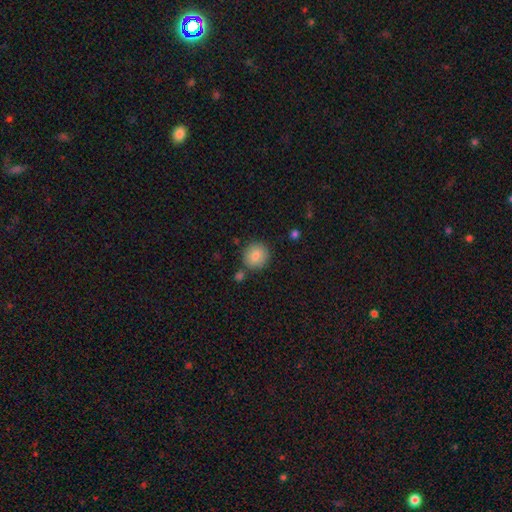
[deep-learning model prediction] A smooth galaxy with no disk features (84%) that is round (89%).

Vote fractions:
- Smooth or featured? smooth: 84% / star or artifact: 9% / featured or disk: 7%
- How rounded? round: 89% / in between: 10% / cigar-shaped: 1%
- Merging? none: 81% / minor disturbance: 9% / merger: 7% / major disturbance: 3%